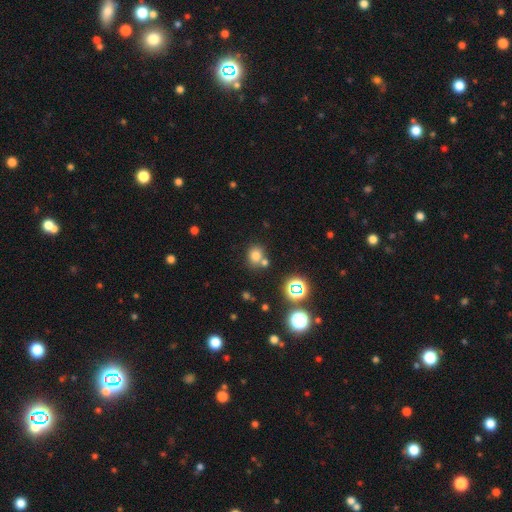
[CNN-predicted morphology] type=smooth (72%); roundness=round (71%); merging=none (62%).